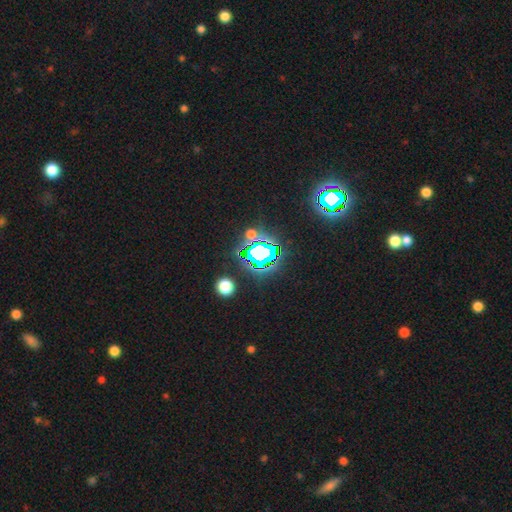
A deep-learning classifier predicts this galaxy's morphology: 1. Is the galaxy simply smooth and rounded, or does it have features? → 76% star or artifact, 16% smooth, 8% featured or disk.